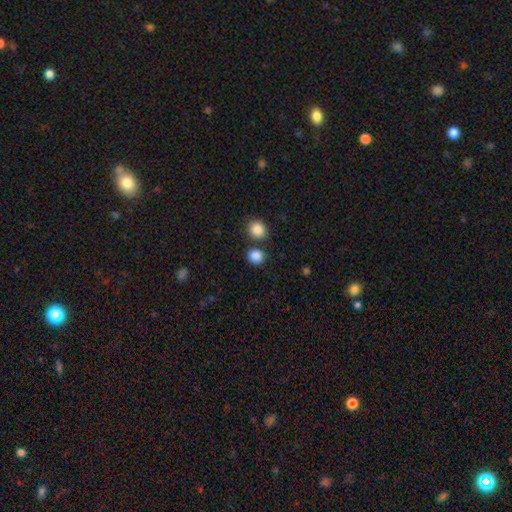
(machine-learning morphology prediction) This appears to be a smooth galaxy with no disk features (87%) that is round (80%). Merging: none (75%).